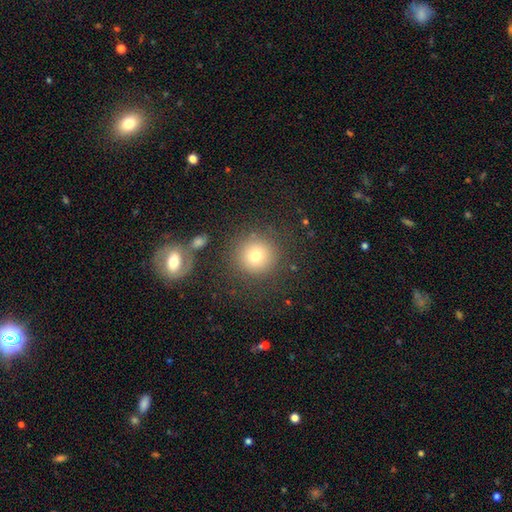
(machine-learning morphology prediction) Smooth or featured?
  - smooth: 75% *
  - star or artifact: 13%
  - featured or disk: 12%
How rounded?
  - round: 93% *
  - in between: 6%
  - cigar-shaped: 1%
Merging?
  - none: 82% *
  - minor disturbance: 8%
  - merger: 5%
  - major disturbance: 4%